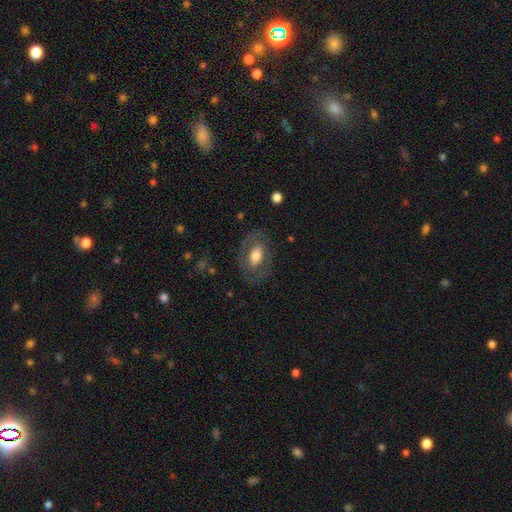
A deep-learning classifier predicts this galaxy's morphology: smooth 51%, featured or disk 42%, star or artifact 7%. Down the decision tree: how rounded — in between (87%); merging — none (75%).